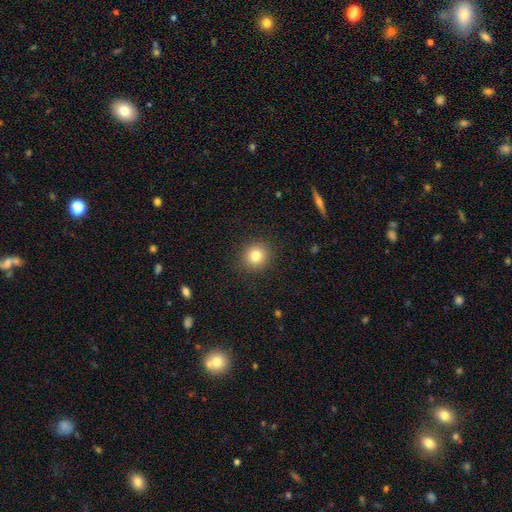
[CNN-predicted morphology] This appears to be a smooth galaxy with no disk features (81%) that is round (90%). Merging: none (90%).